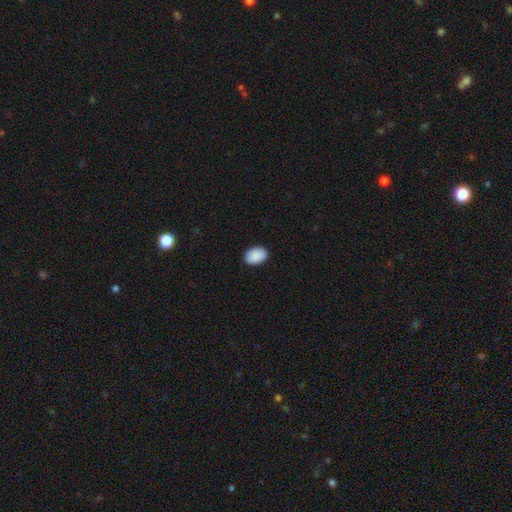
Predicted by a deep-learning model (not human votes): Smooth or featured? Predicted: smooth (p=0.91). How rounded? Predicted: in between (p=0.85). Merging? Predicted: none (p=0.88).